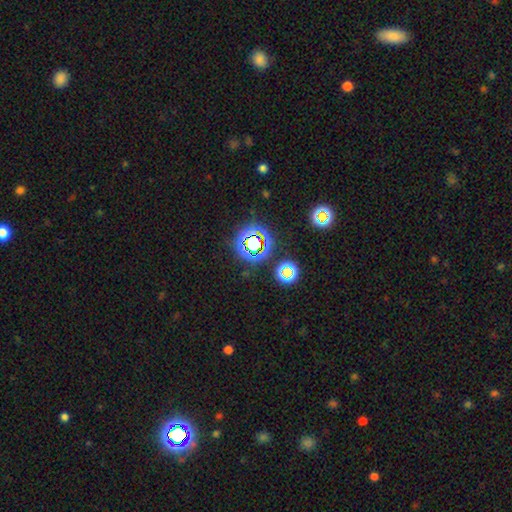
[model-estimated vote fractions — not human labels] Morphology: type=star or artifact (70%).